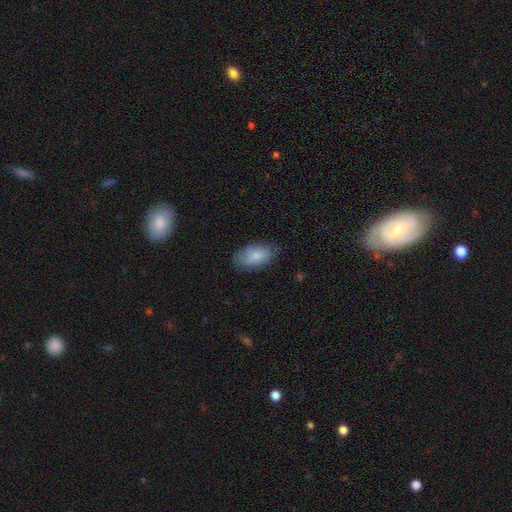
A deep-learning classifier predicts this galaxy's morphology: smooth-or-featured: smooth: 81% | featured or disk: 13% | star or artifact: 6%
  how-rounded: in between: 94% | round: 4% | cigar-shaped: 2%
  merging: none: 74% | minor disturbance: 21% | major disturbance: 4% | merger: 1%